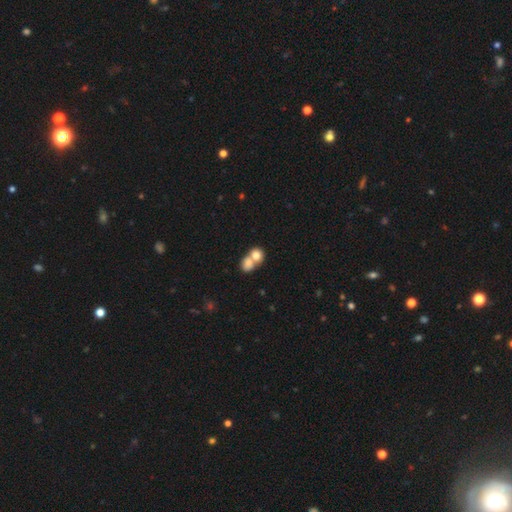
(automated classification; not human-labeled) Smooth or featured? Predicted: smooth (p=0.79). How rounded? Predicted: round (p=0.65). Merging? Predicted: merger (p=0.67).